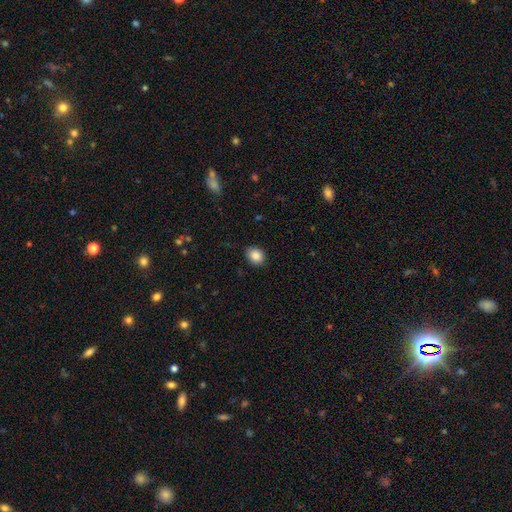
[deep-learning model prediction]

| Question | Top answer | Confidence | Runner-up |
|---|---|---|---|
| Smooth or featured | smooth | 87% | star or artifact (9%) |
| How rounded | round | 57% | in between (42%) |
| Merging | none | 83% | minor disturbance (13%) |